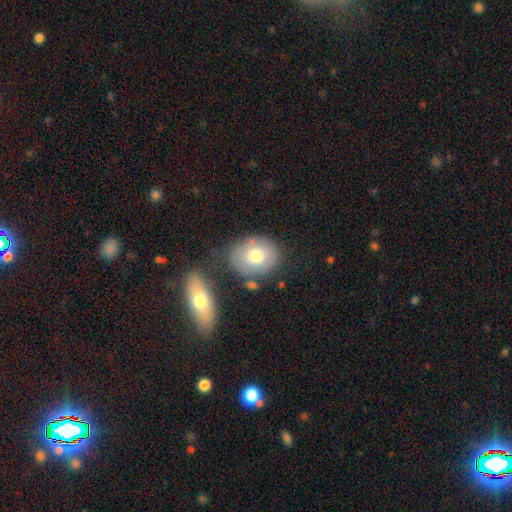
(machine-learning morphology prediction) Smooth or featured? Predicted: smooth (p=0.71). How rounded? Predicted: round (p=0.53). Merging? Predicted: none (p=0.65).